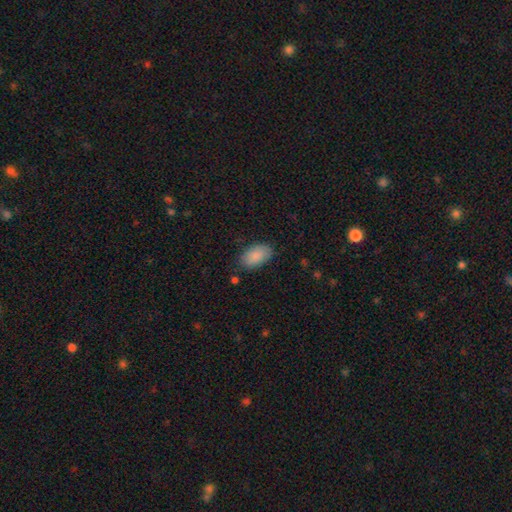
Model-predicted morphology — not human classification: Smooth or featured?
  - smooth: 89% *
  - star or artifact: 6%
  - featured or disk: 5%
How rounded?
  - in between: 94% *
  - round: 5%
  - cigar-shaped: 2%
Merging?
  - none: 82% *
  - minor disturbance: 13%
  - major disturbance: 3%
  - merger: 2%